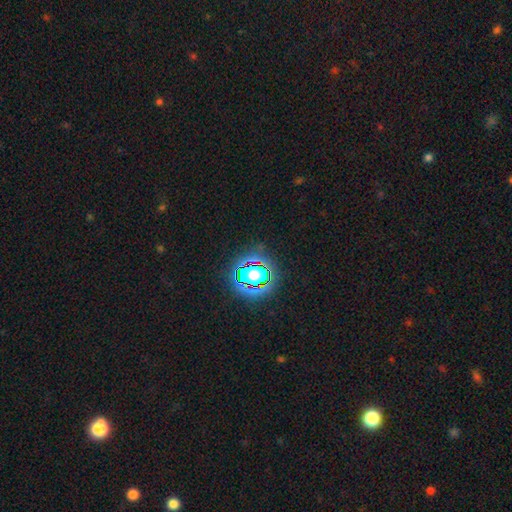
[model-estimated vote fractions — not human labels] Q: Smooth or featured?
A: star or artifact (81%); runner-up: smooth (12%)